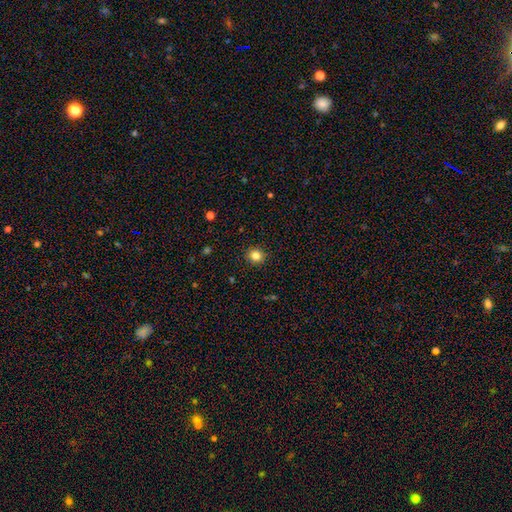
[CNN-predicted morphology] Smooth or featured: smooth — 83% (star or artifact — 12%)
How rounded: round — 88% (in between — 11%)
Merging: none — 92% (minor disturbance — 6%)